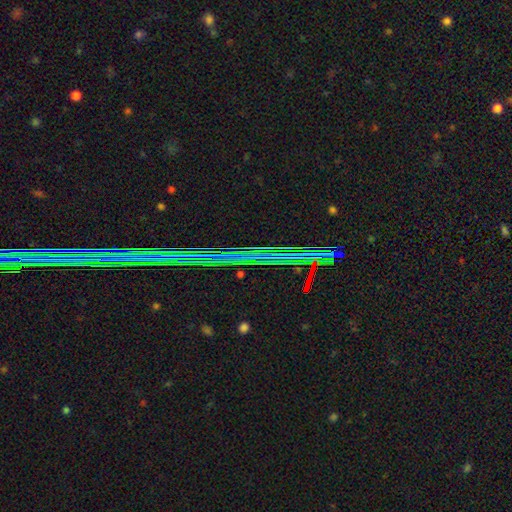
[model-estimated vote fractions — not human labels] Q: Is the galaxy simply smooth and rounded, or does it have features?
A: star or artifact — 89%.